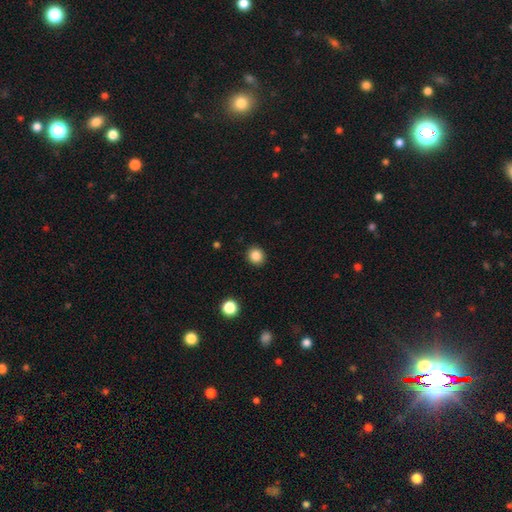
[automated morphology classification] A smooth galaxy with no disk features (85%) that is round (88%).

Vote fractions:
- Smooth or featured? smooth: 85% / star or artifact: 11% / featured or disk: 4%
- How rounded? round: 88% / in between: 11% / cigar-shaped: 1%
- Merging? none: 92% / minor disturbance: 5% / major disturbance: 2% / merger: 1%